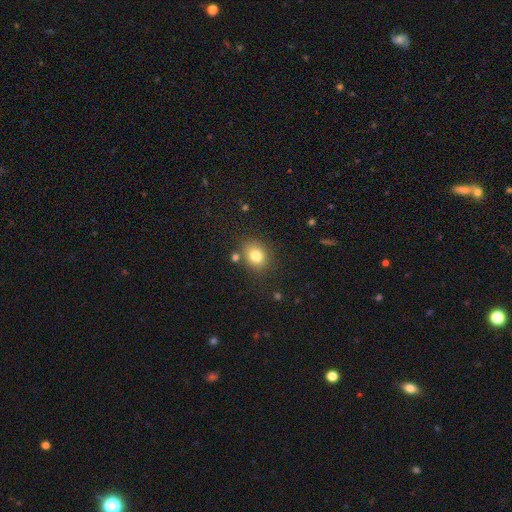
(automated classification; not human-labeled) Morphology: type=smooth (80%); roundness=round (59%); merging=none (79%).